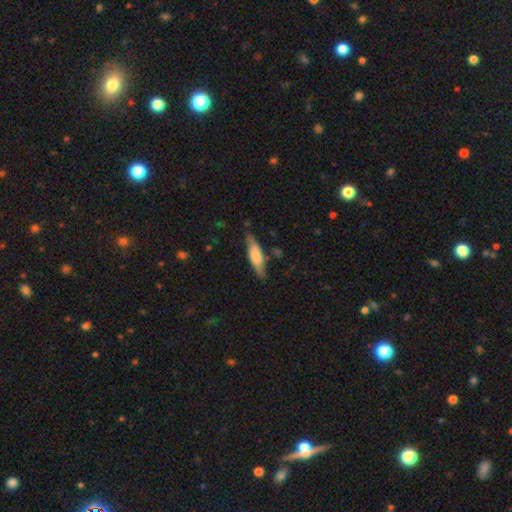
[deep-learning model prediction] Q: Smooth or featured?
A: smooth (65%); runner-up: featured or disk (29%)
Q: How rounded?
A: cigar-shaped (63%); runner-up: in between (35%)
Q: Merging?
A: none (77%); runner-up: minor disturbance (17%)